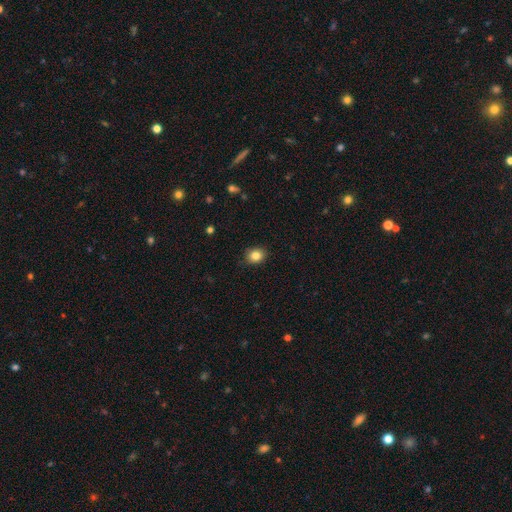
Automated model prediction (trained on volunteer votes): Smooth or featured? Predicted: smooth (p=0.84). How rounded? Predicted: round (p=0.65). Merging? Predicted: none (p=0.87).